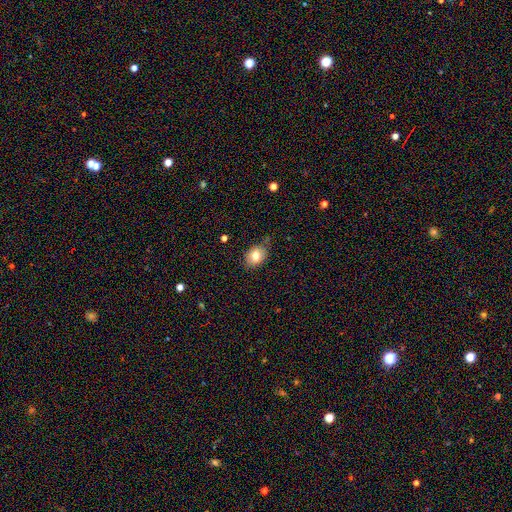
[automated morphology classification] Overall: smooth (76%). How rounded: in between (65%; round 34%). Merging: none (76%).